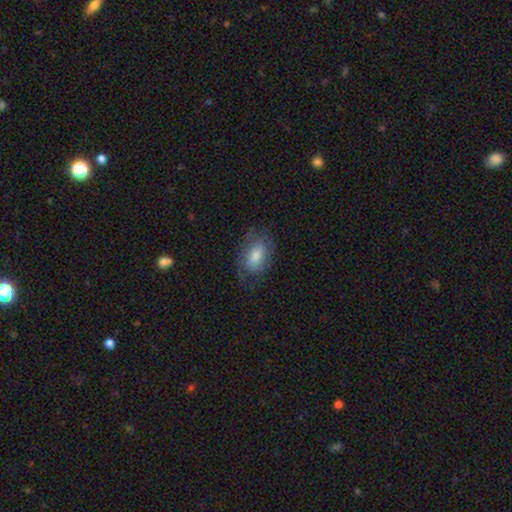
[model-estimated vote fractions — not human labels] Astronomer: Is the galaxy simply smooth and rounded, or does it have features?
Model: smooth — 61%.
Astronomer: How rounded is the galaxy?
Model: in between — 89%.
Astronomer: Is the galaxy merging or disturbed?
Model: none — 67%.